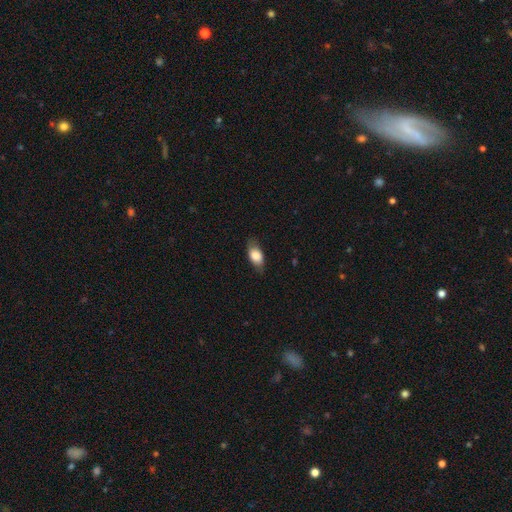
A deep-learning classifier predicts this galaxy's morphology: This appears to be a smooth galaxy with no disk features (79%) that is in between round and cigar-shaped (87%). Merging: none (77%).